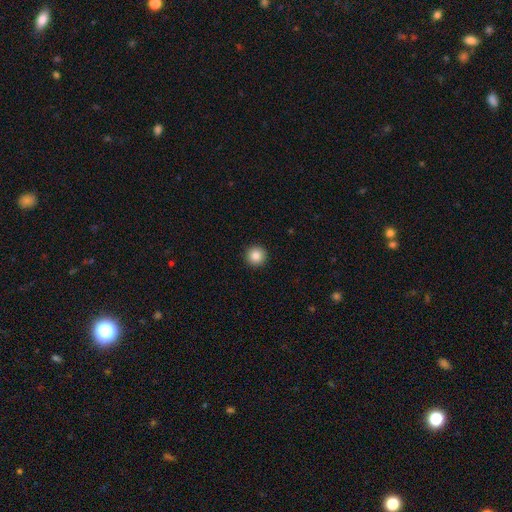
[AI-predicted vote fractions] Smooth or featured? smooth (85%)
How rounded? round (96%)
Merging? none (93%)